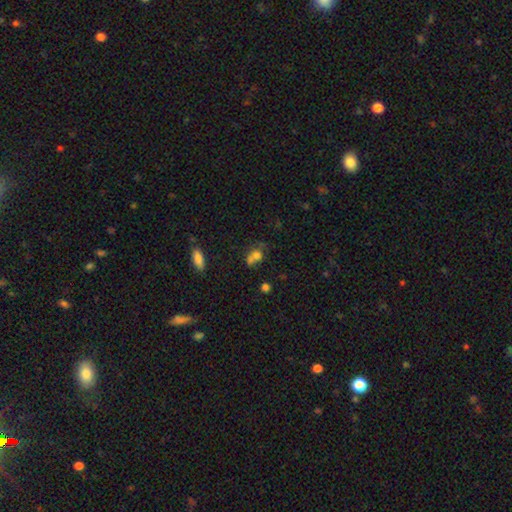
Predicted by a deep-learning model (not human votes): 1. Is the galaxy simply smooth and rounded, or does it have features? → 69% smooth, 16% featured or disk, 15% star or artifact.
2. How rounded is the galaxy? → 53% in between, 43% round, 4% cigar-shaped.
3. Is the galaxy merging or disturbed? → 39% merger, 31% none, 17% minor disturbance, 14% major disturbance.